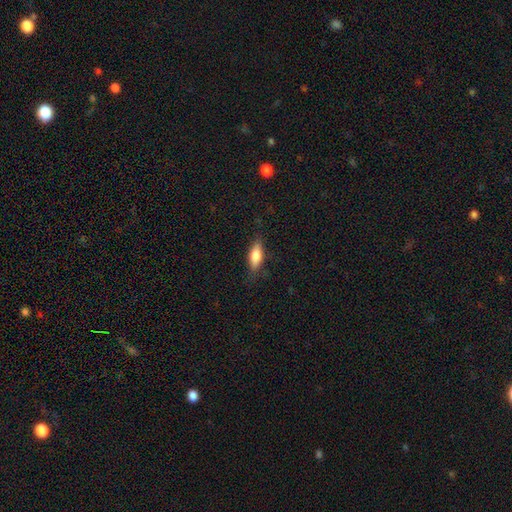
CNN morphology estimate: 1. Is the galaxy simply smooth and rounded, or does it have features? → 75% smooth, 19% featured or disk, 7% star or artifact.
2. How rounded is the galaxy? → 65% in between, 32% cigar-shaped, 3% round.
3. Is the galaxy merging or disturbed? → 79% none, 16% minor disturbance, 4% major disturbance, 1% merger.